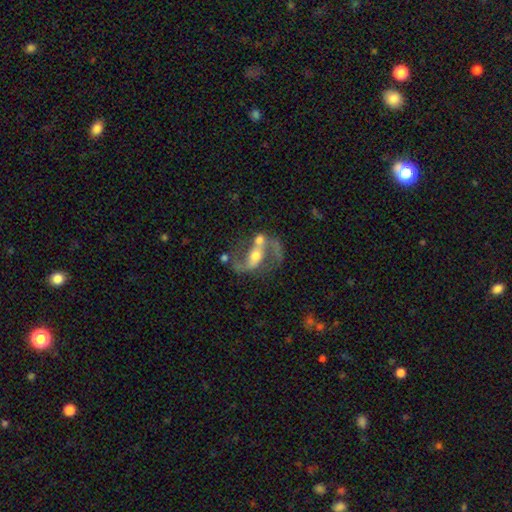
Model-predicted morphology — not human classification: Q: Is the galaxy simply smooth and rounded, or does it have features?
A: featured or disk — 82%.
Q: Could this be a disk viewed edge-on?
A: no — 95%.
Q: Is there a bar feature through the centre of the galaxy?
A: strong — 40%.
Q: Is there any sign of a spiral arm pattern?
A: yes — 88%.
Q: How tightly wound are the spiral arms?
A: loose — 56%.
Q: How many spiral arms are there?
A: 2 — 90%.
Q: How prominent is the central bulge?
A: moderate — 62%.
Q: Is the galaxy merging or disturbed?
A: none — 46%.